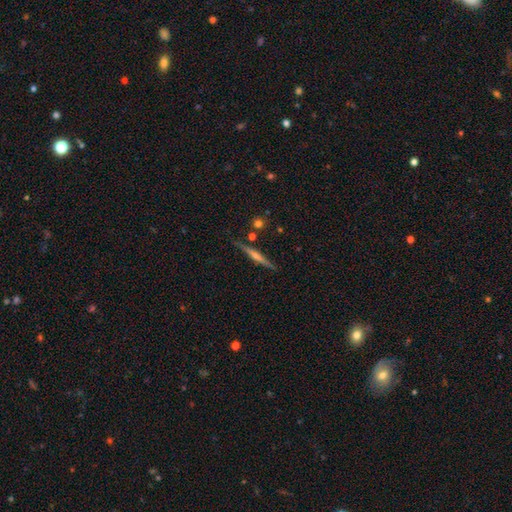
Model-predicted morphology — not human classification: type=featured or disk (71%); edge-on=yes (98%); edge-on bulge=rounded (73%); merging=none (88%).